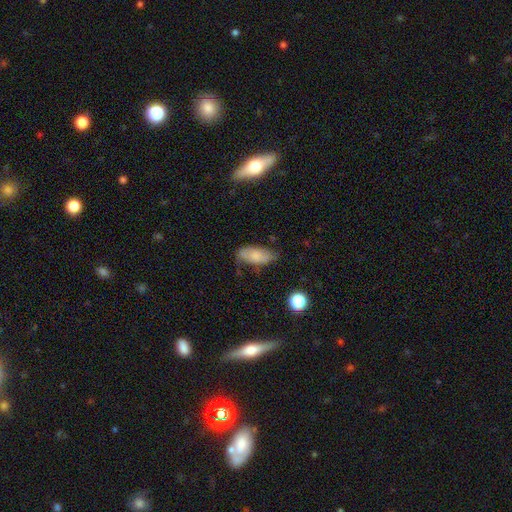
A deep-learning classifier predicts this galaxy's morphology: smooth-or-featured: smooth: 74% | featured or disk: 18% | star or artifact: 8%
  how-rounded: in between: 88% | cigar-shaped: 9% | round: 3%
  merging: none: 60% | minor disturbance: 30% | major disturbance: 8% | merger: 3%